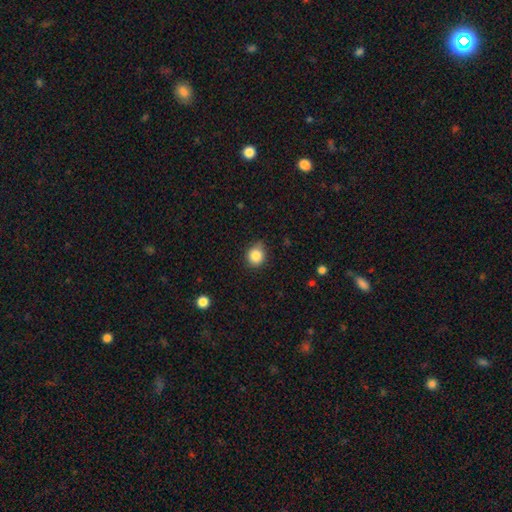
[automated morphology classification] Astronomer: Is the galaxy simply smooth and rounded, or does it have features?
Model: smooth — 85%.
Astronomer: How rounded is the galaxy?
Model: round — 83%.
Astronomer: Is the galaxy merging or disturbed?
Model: none — 80%.